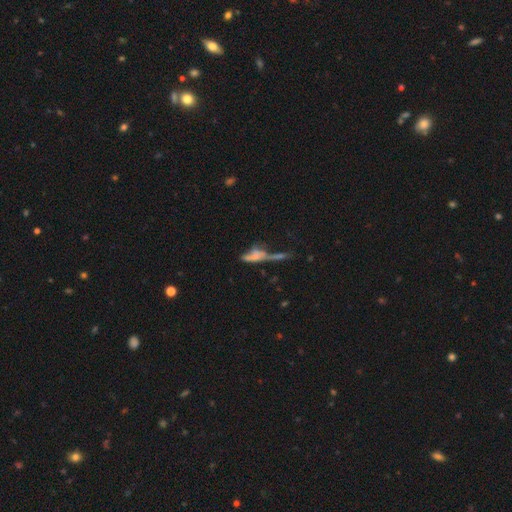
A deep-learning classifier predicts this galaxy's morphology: This appears to be a smooth galaxy with no disk features (43%). Merging: merger (41%).